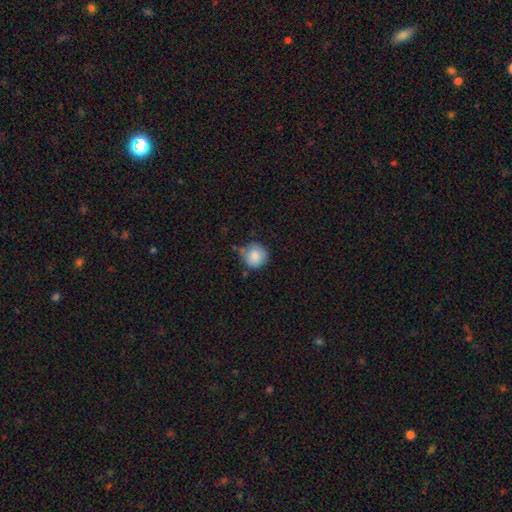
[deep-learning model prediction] Smooth or featured? smooth (86%)
How rounded? round (92%)
Merging? none (67%)